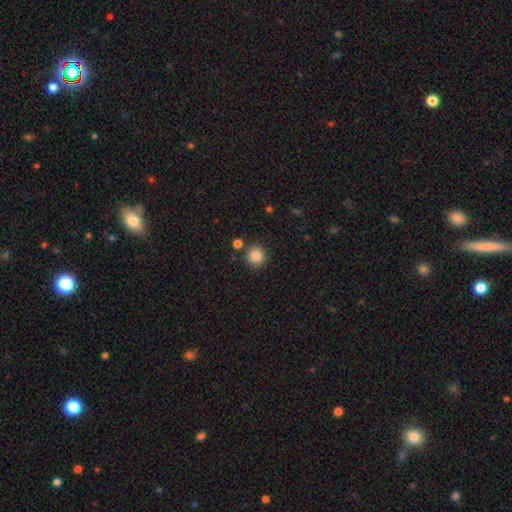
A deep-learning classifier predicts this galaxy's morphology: Smooth or featured: smooth — 86% (star or artifact — 10%)
How rounded: round — 93% (in between — 6%)
Merging: none — 85% (minor disturbance — 7%)